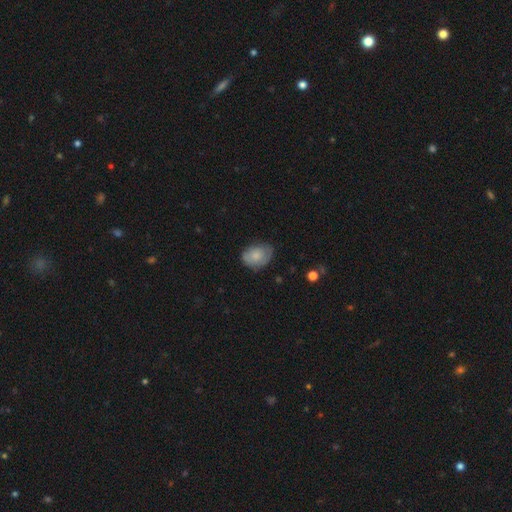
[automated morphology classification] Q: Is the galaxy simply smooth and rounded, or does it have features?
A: smooth — 74%.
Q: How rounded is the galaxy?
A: in between — 73%.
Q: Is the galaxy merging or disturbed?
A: none — 63%.